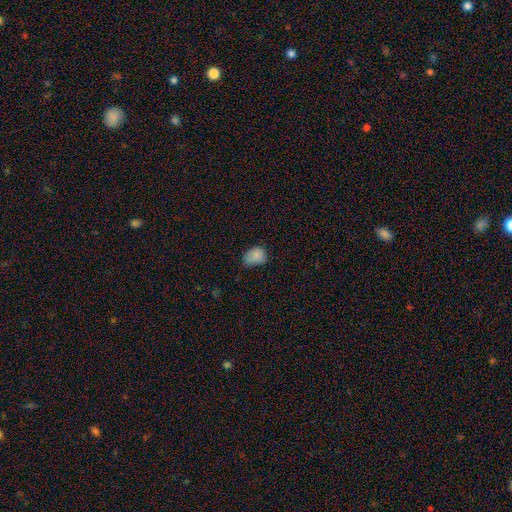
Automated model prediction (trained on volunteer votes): smooth_or_featured: smooth (p=0.82) [alt: star or artifact p=0.10]
how_rounded: in between (p=0.71) [alt: round p=0.28]
merging: minor disturbance (p=0.44) [alt: none p=0.39]